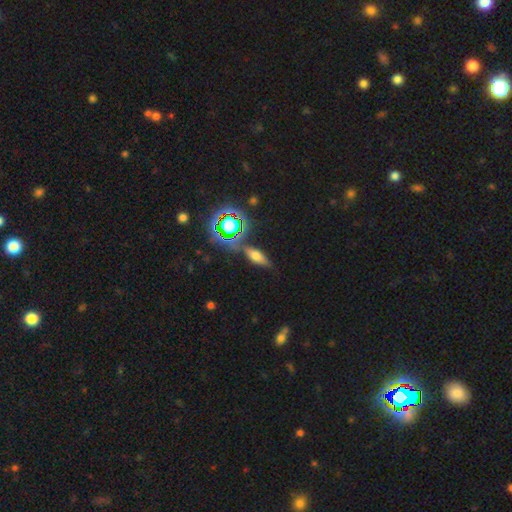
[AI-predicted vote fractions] Morphology: type=smooth (48%); merging=none (77%).